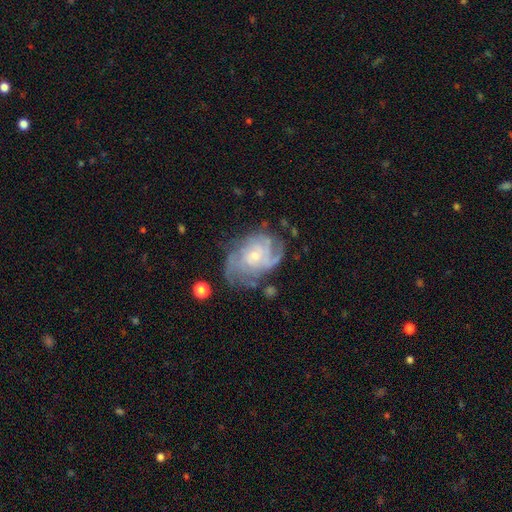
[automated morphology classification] Smooth or featured: featured or disk — 82% (smooth — 11%)
Edge-on disk: no — 97% (yes — 3%)
Bar: no — 76% (weak — 21%)
Spiral arms: yes — 93% (no — 7%)
Spiral winding: tight — 56% (medium — 33%)
Spiral arm count: can't tell — 37% (4 — 18%)
Bulge size: small — 68% (moderate — 27%)
Merging: none — 61% (minor disturbance — 23%)